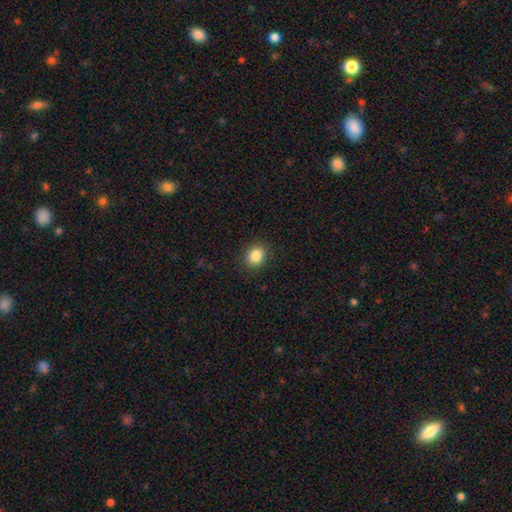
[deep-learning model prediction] smooth 86%, star or artifact 10%, featured or disk 4%. Down the decision tree: how rounded — round (66%); merging — none (89%).